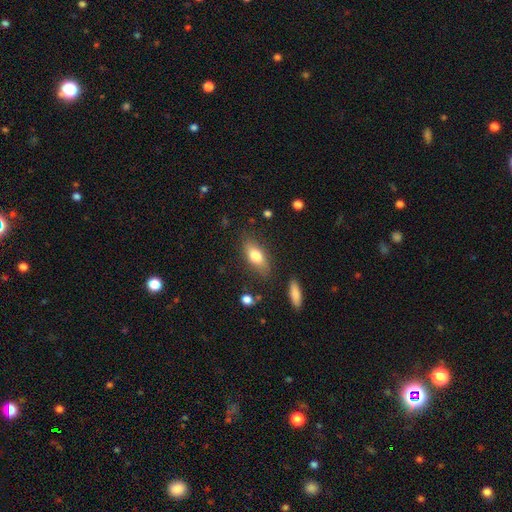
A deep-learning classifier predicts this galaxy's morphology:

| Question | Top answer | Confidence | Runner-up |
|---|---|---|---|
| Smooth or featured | smooth | 77% | featured or disk (16%) |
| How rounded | in between | 81% | cigar-shaped (14%) |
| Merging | none | 79% | minor disturbance (14%) |